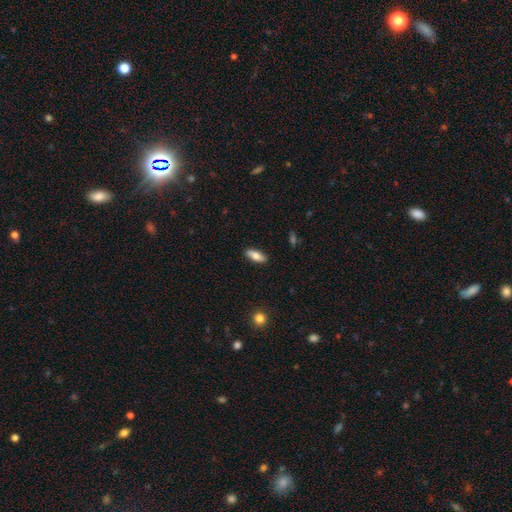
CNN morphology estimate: Smooth or featured?
  - smooth: 73% *
  - featured or disk: 20%
  - star or artifact: 6%
How rounded?
  - in between: 68% *
  - cigar-shaped: 29%
  - round: 3%
Merging?
  - none: 88% *
  - minor disturbance: 9%
  - major disturbance: 2%
  - merger: 1%